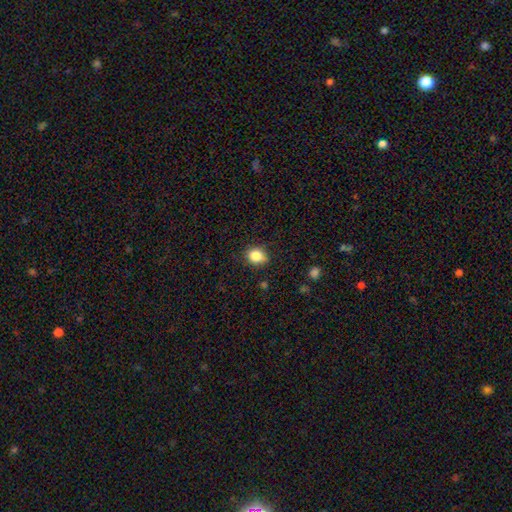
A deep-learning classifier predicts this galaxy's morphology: Smooth or featured: smooth — 83% (star or artifact — 10%)
How rounded: round — 54% (in between — 45%)
Merging: none — 77% (minor disturbance — 18%)